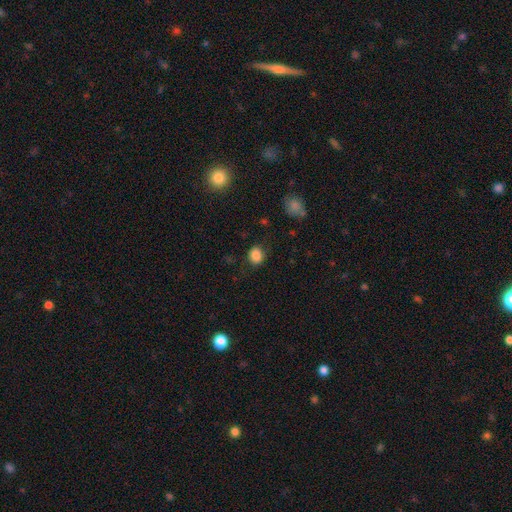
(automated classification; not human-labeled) Morphology: type=smooth (85%); roundness=round (59%); merging=none (77%).